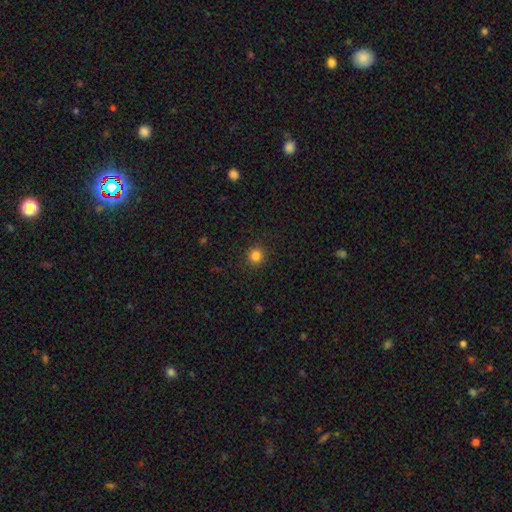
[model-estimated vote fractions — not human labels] Smooth or featured?
  - smooth: 83% *
  - star or artifact: 13%
  - featured or disk: 4%
How rounded?
  - round: 93% *
  - in between: 6%
  - cigar-shaped: 1%
Merging?
  - none: 92% *
  - minor disturbance: 5%
  - major disturbance: 2%
  - merger: 1%